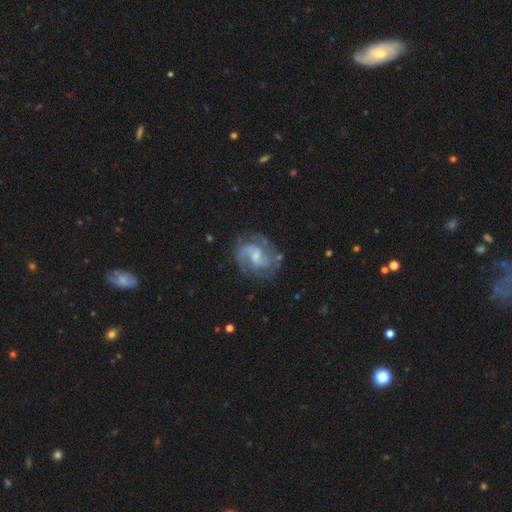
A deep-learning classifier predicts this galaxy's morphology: smooth-or-featured: featured or disk: 86% | smooth: 9% | star or artifact: 5%
  disk-edge-on: no: 98% | yes: 2%
    bar: weak: 50% | no: 40% | strong: 10%
    has-spiral-arms: yes: 96% | no: 4%
      spiral-winding: medium: 52% | tight: 29% | loose: 19%
      spiral-arm-count: 2: 63% | 3: 14% | can't tell: 12% | 1: 6% | 4: 3% | more than 4: 3%
    bulge-size: small: 50% | moderate: 39% | none: 6% | large: 3% | dominant: 1%
  merging: none: 68% | minor disturbance: 19% | major disturbance: 11% | merger: 2%